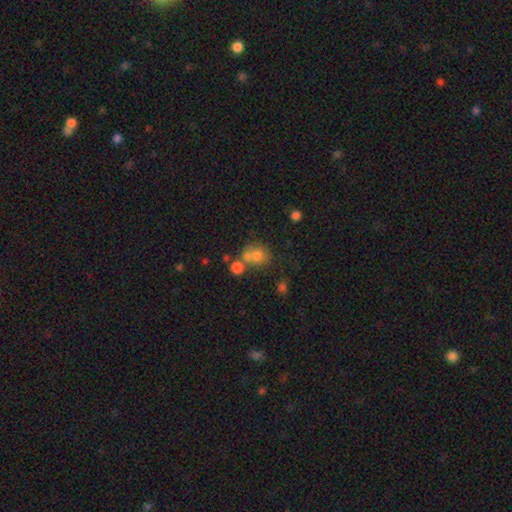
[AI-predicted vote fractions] This is likely a smooth galaxy (69%). How rounded: likely round (76%). Merging: marginally none (45%).